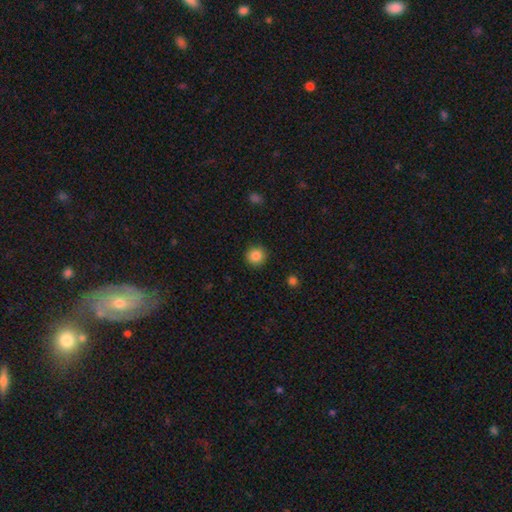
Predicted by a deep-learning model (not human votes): smooth_or_featured: smooth (p=0.87) [alt: star or artifact p=0.10]
how_rounded: round (p=0.93) [alt: in between p=0.06]
merging: none (p=0.91) [alt: minor disturbance p=0.06]